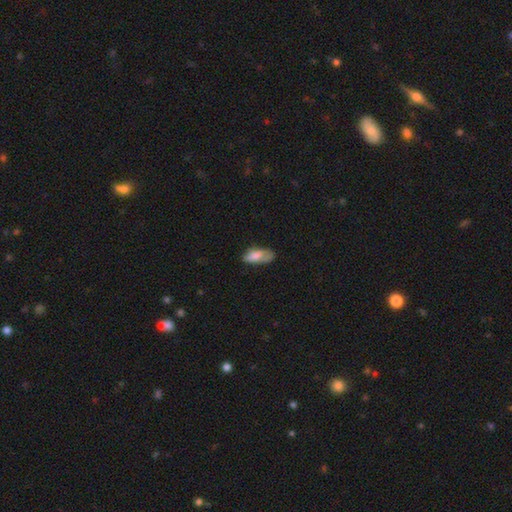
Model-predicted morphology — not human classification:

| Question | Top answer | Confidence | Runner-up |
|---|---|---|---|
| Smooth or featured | smooth | 72% | featured or disk (21%) |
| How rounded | in between | 85% | cigar-shaped (13%) |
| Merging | none | 47% | minor disturbance (34%) |